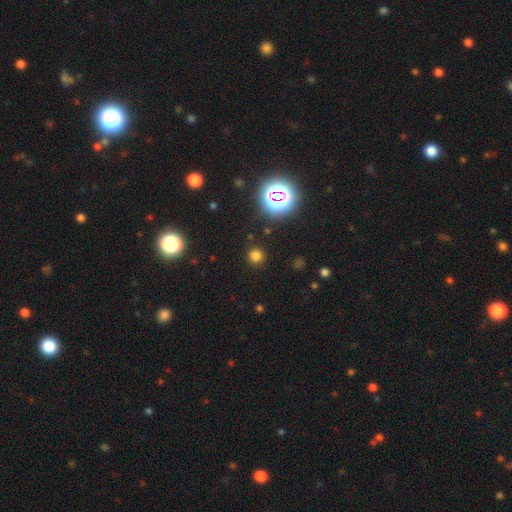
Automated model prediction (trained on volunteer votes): This is likely a smooth galaxy (73%). How rounded: clearly round (93%). Merging: clearly none (91%).